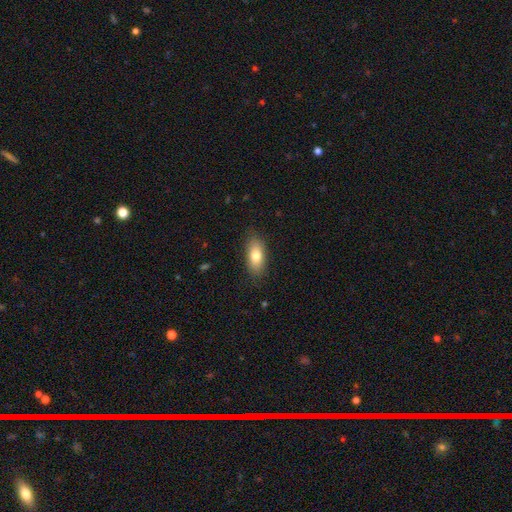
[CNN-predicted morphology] Smooth or featured: smooth — 76% (featured or disk — 16%)
How rounded: in between — 84% (cigar-shaped — 11%)
Merging: none — 83% (minor disturbance — 13%)